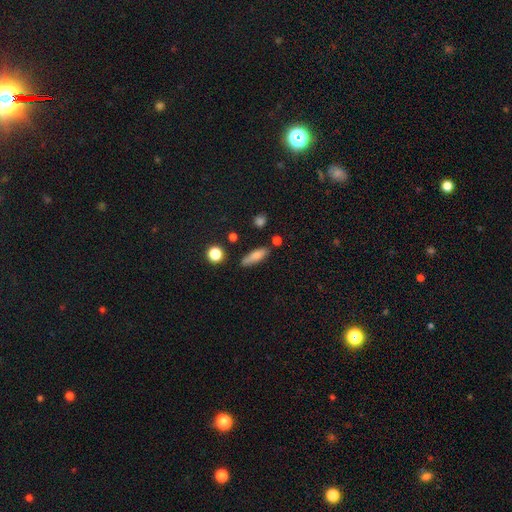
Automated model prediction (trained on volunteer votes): This is likely a smooth galaxy (79%). How rounded: possibly cigar-shaped (57%). Merging: likely none (74%).